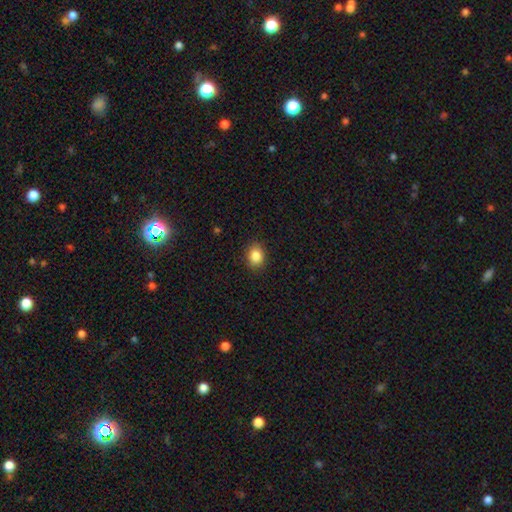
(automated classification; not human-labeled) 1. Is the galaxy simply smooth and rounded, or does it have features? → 86% smooth, 10% star or artifact, 5% featured or disk.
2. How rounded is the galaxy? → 50% round, 49% in between, 1% cigar-shaped.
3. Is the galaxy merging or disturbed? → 89% none, 8% minor disturbance, 2% major disturbance, 1% merger.